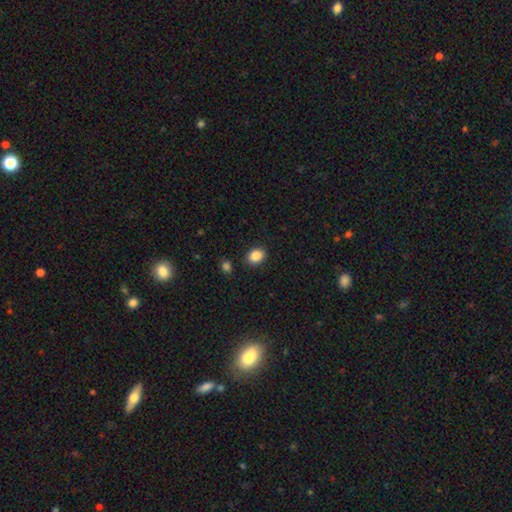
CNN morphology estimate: The model was most divided on "how rounded": in between: 51%, round: 49%, cigar-shaped: 1%. More confident: merging — none (87%); smooth or featured — smooth (86%).